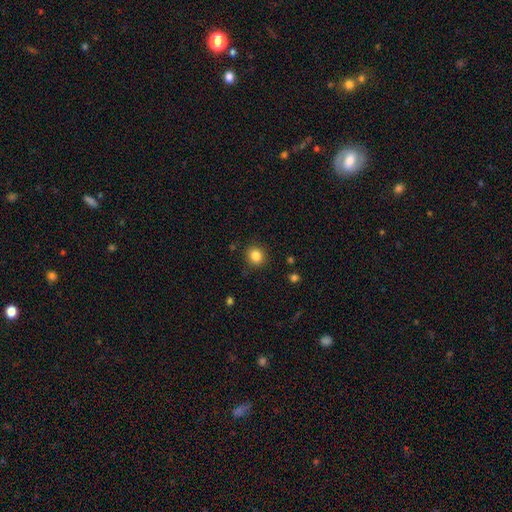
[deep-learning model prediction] The model was most divided on "how rounded": round: 85%, in between: 14%, cigar-shaped: 1%. More confident: merging — none (88%); smooth or featured — smooth (84%).